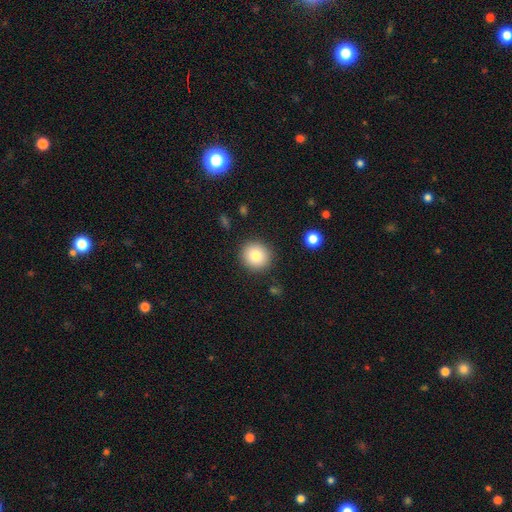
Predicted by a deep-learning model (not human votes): Q: Smooth or featured?
A: smooth (82%); runner-up: star or artifact (10%)
Q: How rounded?
A: round (91%); runner-up: in between (8%)
Q: Merging?
A: none (89%); runner-up: minor disturbance (7%)